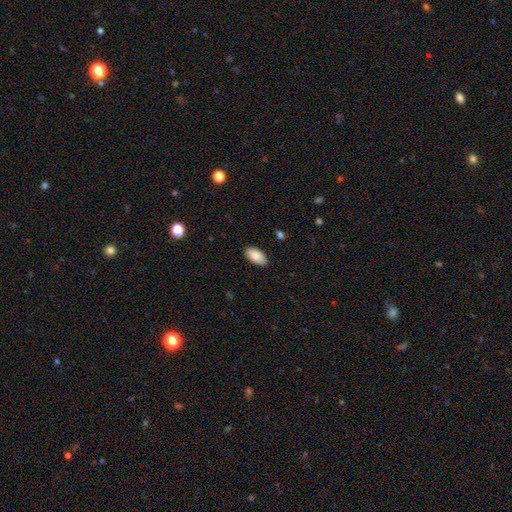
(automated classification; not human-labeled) Morphology: type=smooth (89%); roundness=in between (96%); merging=none (88%).